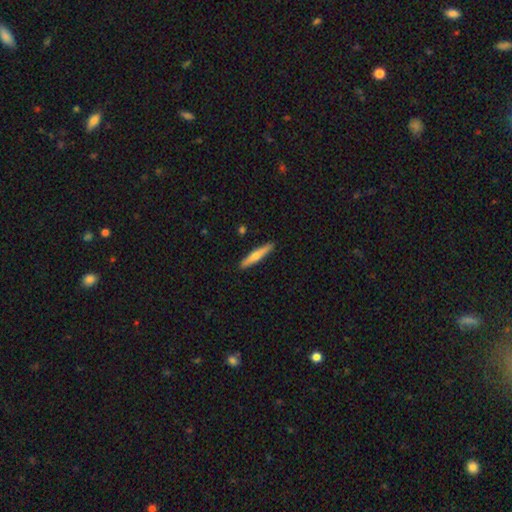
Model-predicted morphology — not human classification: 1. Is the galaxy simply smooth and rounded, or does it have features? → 52% smooth, 43% featured or disk, 5% star or artifact.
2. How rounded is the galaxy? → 92% cigar-shaped, 6% in between, 2% round.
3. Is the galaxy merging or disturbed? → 91% none, 6% minor disturbance, 1% major disturbance, 1% merger.